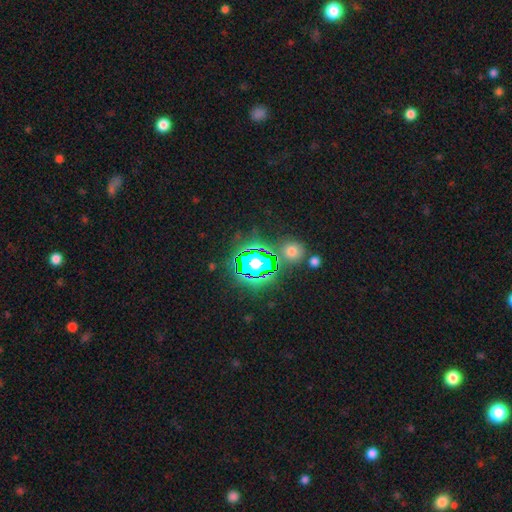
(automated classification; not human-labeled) Smooth or featured: star or artifact — 79% (smooth — 14%)